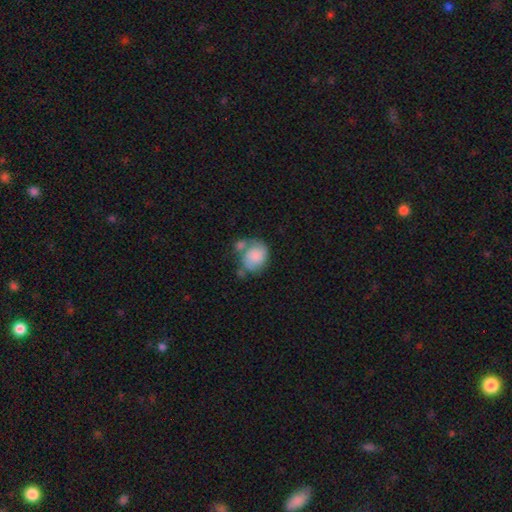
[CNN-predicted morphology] smooth-or-featured: smooth: 59% | featured or disk: 33% | star or artifact: 7%
  how-rounded: round: 58% | in between: 41% | cigar-shaped: 1%
  merging: merger: 33% | none: 32% | minor disturbance: 22% | major disturbance: 13%